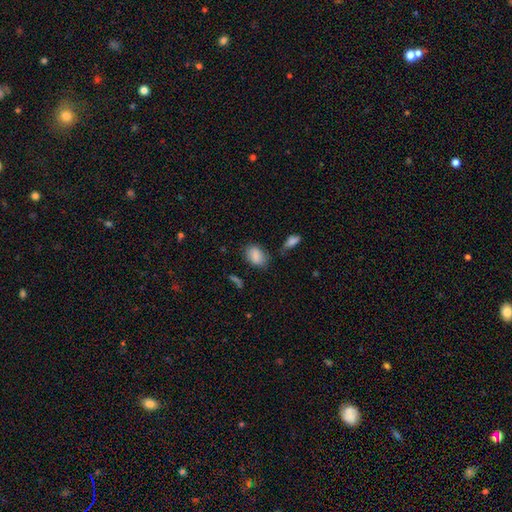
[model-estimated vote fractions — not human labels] smooth_or_featured: smooth (p=0.85) [alt: star or artifact p=0.08]
how_rounded: in between (p=0.83) [alt: round p=0.16]
merging: none (p=0.65) [alt: minor disturbance p=0.23]